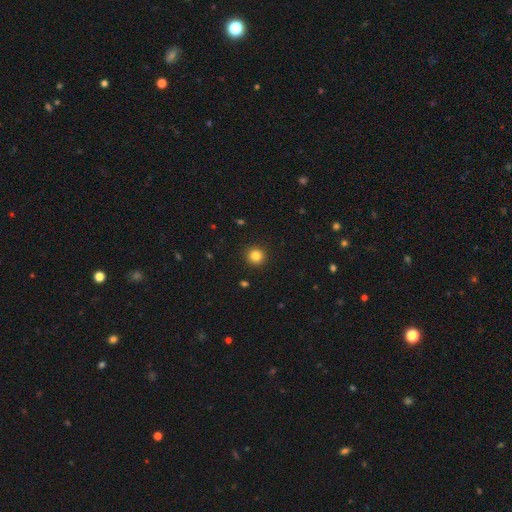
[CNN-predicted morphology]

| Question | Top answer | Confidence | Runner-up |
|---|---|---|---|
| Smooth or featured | smooth | 84% | star or artifact (12%) |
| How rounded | round | 95% | in between (4%) |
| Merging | none | 93% | minor disturbance (5%) |